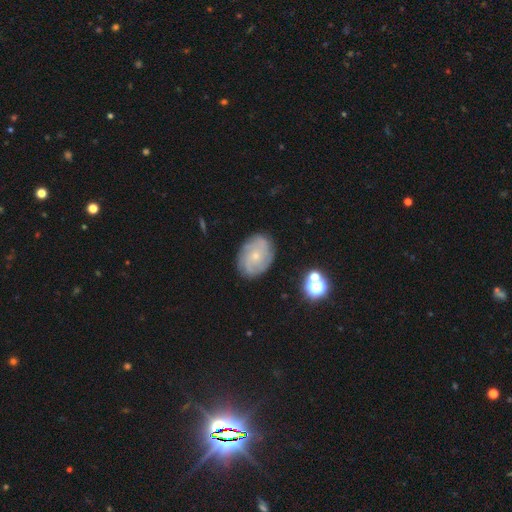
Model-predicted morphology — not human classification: A featured or disk galaxy (68%) with no bar (80%), tight (57%) spiral arms (89%) and a small central bulge (79%).

Vote fractions:
- Smooth or featured? featured or disk: 68% / smooth: 23% / star or artifact: 9%
- Edge-on disk? no: 97% / yes: 3%
- Bar? no: 80% / weak: 17% / strong: 3%
- Spiral arms? yes: 89% / no: 11%
- Spiral winding? tight: 57% / medium: 32% / loose: 11%
- Spiral arm count? can't tell: 40% / 3: 19% / 4: 15% / 2: 15% / more than 4: 6% / 1: 5%
- Bulge size? small: 79% / moderate: 17% / none: 2% / large: 1% / dominant: 1%
- Merging? none: 81% / minor disturbance: 14% / major disturbance: 4% / merger: 2%